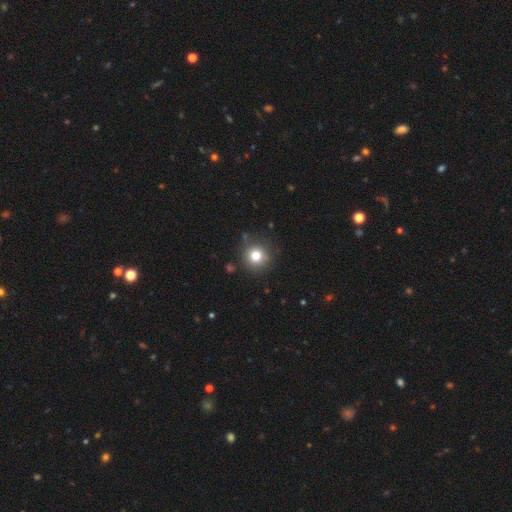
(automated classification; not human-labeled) Smooth or featured? smooth (78%)
How rounded? round (94%)
Merging? none (85%)